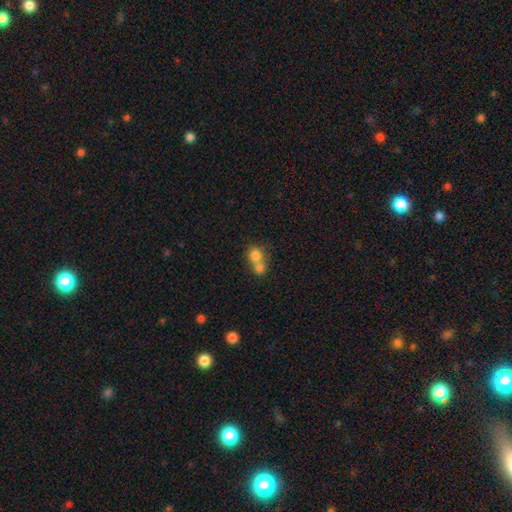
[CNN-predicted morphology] Smooth or featured? Predicted: smooth (p=0.75). How rounded? Predicted: round (p=0.70). Merging? Predicted: merger (p=0.68).